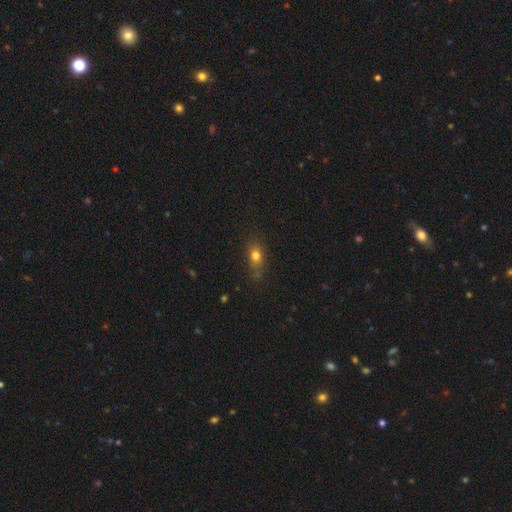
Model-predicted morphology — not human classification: smooth-or-featured: smooth: 76% | star or artifact: 12% | featured or disk: 12%
  how-rounded: in between: 61% | round: 31% | cigar-shaped: 9%
  merging: none: 69% | minor disturbance: 22% | major disturbance: 7% | merger: 3%